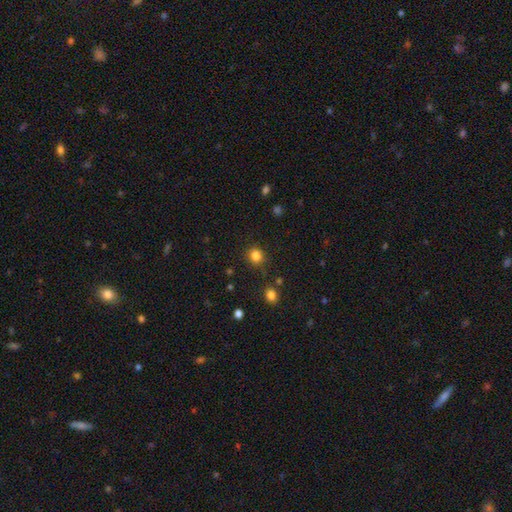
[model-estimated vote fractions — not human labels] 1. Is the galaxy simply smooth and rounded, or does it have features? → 83% smooth, 12% star or artifact, 4% featured or disk.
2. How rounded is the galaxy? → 82% round, 17% in between, 1% cigar-shaped.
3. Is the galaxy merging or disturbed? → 85% none, 10% minor disturbance, 3% major disturbance, 3% merger.